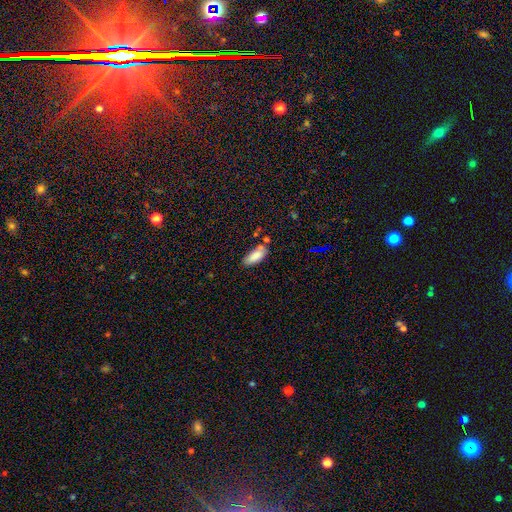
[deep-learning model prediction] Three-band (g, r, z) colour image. It shows a smooth galaxy with no disk features (84%) that is in between round and cigar-shaped (85%). Merging: none (64%).